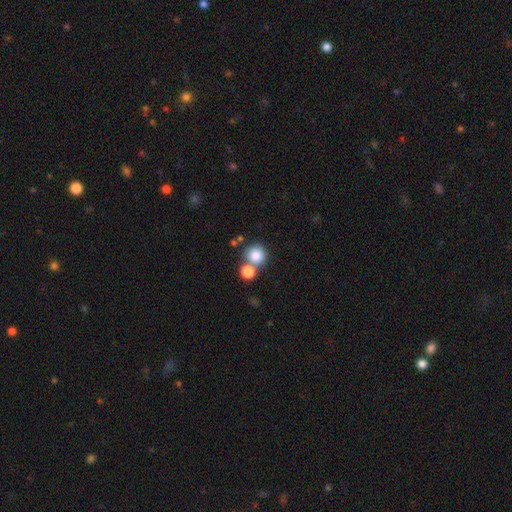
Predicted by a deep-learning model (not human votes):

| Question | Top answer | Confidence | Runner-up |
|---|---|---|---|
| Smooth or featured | smooth | 82% | star or artifact (11%) |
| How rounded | round | 90% | in between (9%) |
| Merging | none | 56% | merger (32%) |